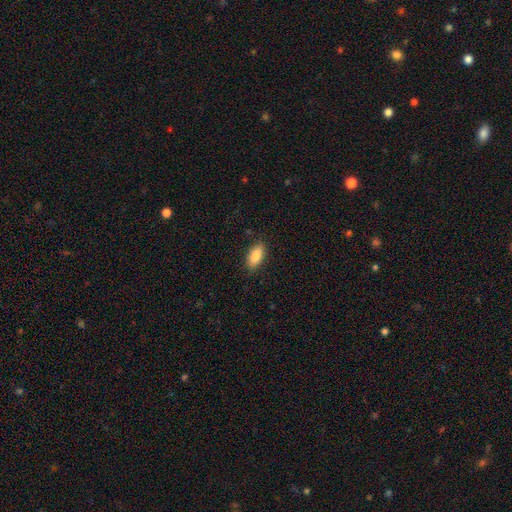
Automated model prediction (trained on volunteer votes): Smooth or featured? Predicted: smooth (p=0.87). How rounded? Predicted: in between (p=0.87). Merging? Predicted: none (p=0.87).